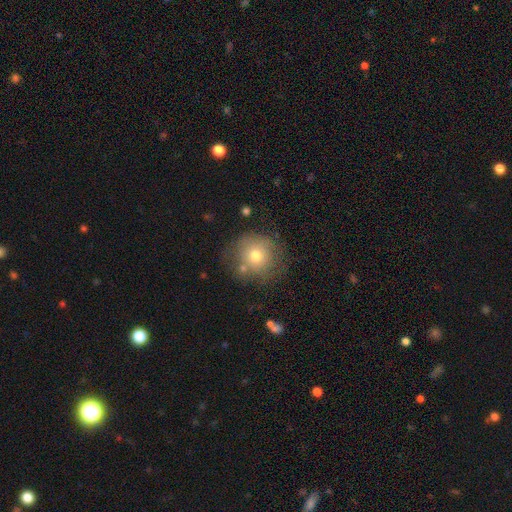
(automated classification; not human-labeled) Smooth or featured?
  - smooth: 71% *
  - featured or disk: 17%
  - star or artifact: 12%
How rounded?
  - round: 90% *
  - in between: 9%
  - cigar-shaped: 1%
Merging?
  - none: 68% *
  - minor disturbance: 18%
  - major disturbance: 8%
  - merger: 6%